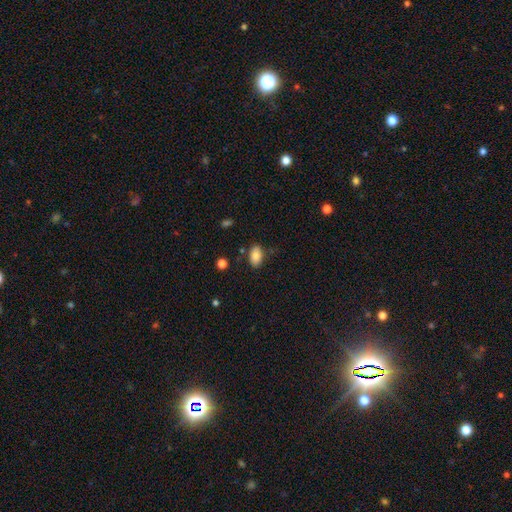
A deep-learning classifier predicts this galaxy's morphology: Overall: smooth (84%). How rounded: in between (91%). Merging: none (80%).